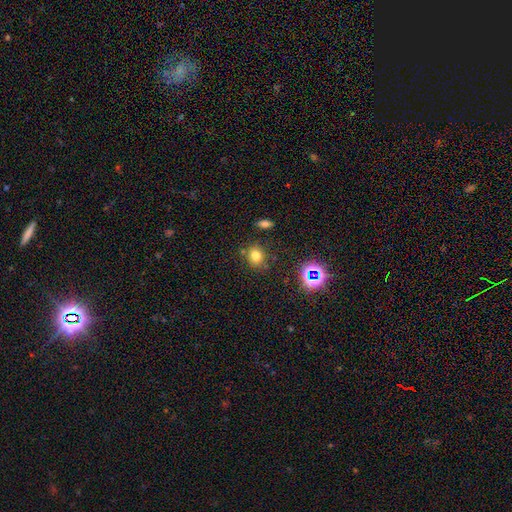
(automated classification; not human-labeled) smooth_or_featured: smooth (p=0.73) [alt: star or artifact p=0.18]
how_rounded: round (p=0.65) [alt: in between p=0.34]
merging: none (p=0.78) [alt: minor disturbance p=0.12]